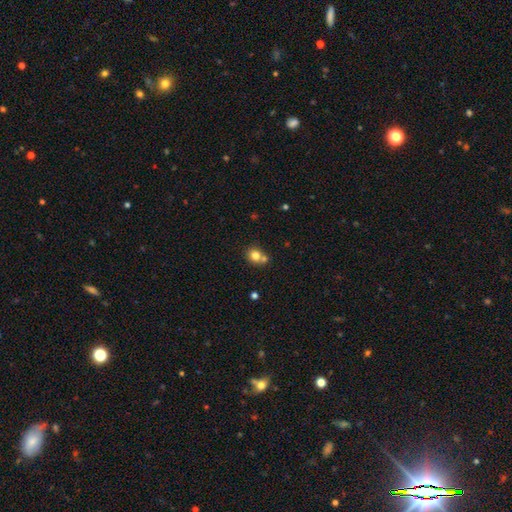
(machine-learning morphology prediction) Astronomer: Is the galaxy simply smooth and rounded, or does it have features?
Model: smooth — 79%.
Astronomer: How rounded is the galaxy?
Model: round — 70%.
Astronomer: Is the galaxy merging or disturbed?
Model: none — 52% (runner-up: merger, 35%).